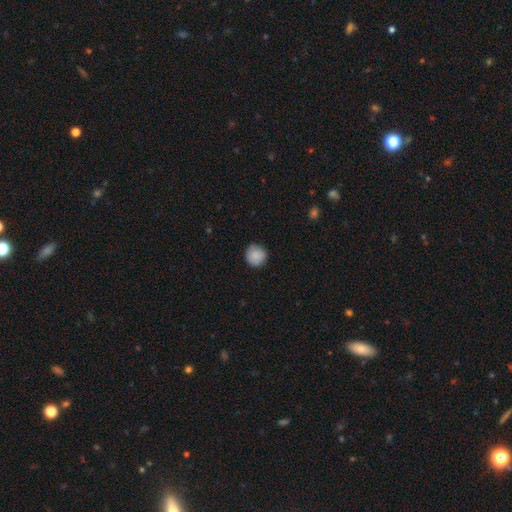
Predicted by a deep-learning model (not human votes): Q: Smooth or featured?
A: smooth (86%); runner-up: star or artifact (7%)
Q: How rounded?
A: round (94%); runner-up: in between (5%)
Q: Merging?
A: none (87%); runner-up: minor disturbance (10%)